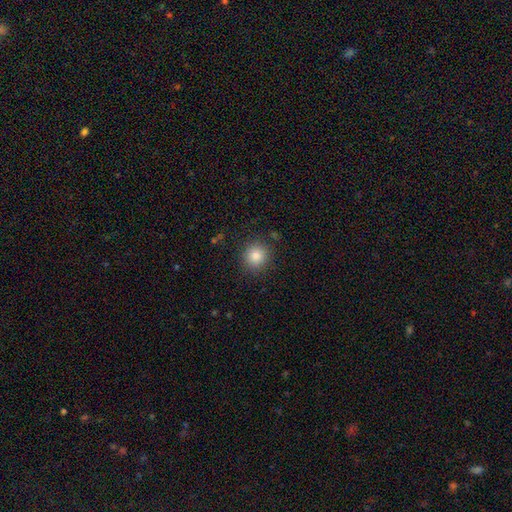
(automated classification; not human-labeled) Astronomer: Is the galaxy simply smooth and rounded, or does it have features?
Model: smooth — 84%.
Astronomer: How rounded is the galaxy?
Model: round — 90%.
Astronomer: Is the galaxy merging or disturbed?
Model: none — 88%.